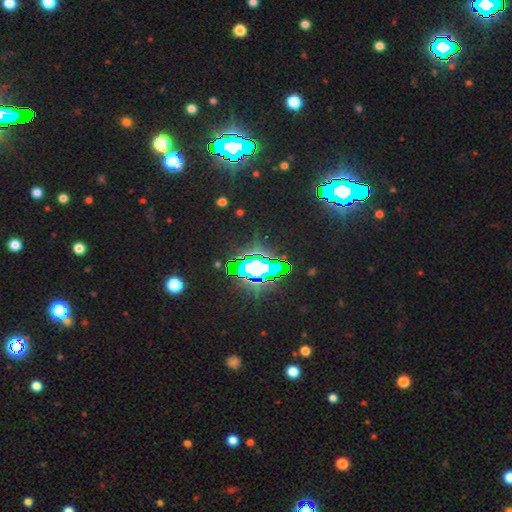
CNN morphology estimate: Smooth or featured: star or artifact — 82% (smooth — 10%)